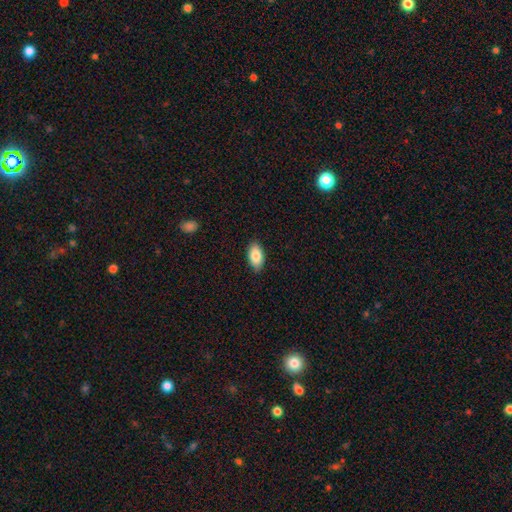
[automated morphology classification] The model was most divided on "merging": none: 87%, minor disturbance: 10%, major disturbance: 2%, merger: 1%. More confident: how rounded — in between (94%); smooth or featured — smooth (85%).